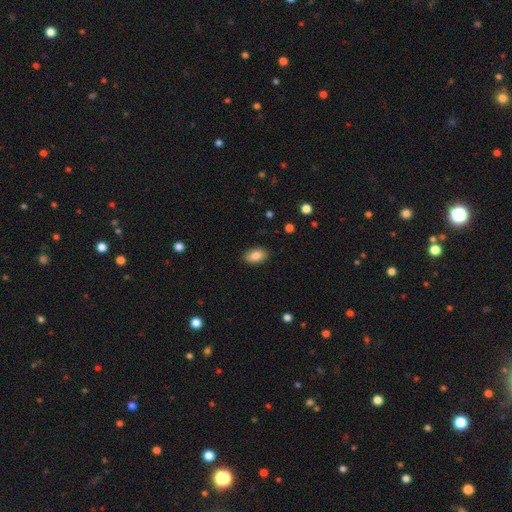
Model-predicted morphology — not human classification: This is clearly a smooth galaxy (85%). How rounded: clearly in between (91%). Merging: clearly none (88%).